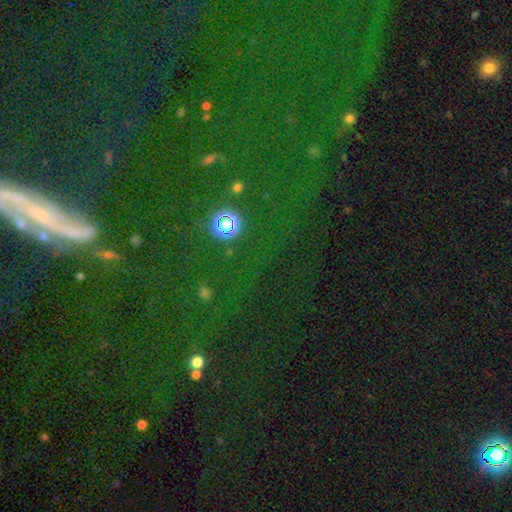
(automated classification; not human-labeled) smooth_or_featured: star or artifact (p=0.57) [alt: smooth p=0.25]